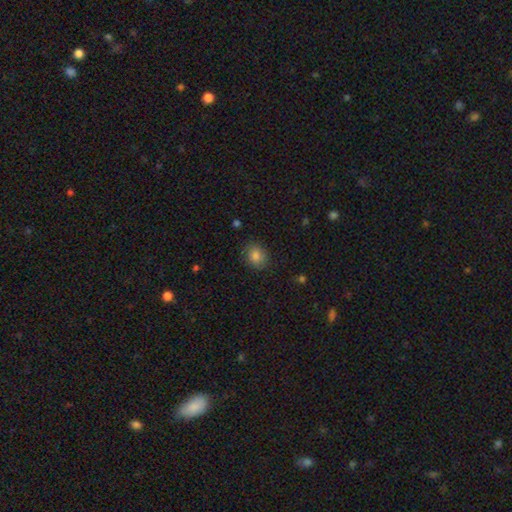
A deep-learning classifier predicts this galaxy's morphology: type=smooth (83%); roundness=round (63%); merging=none (82%).